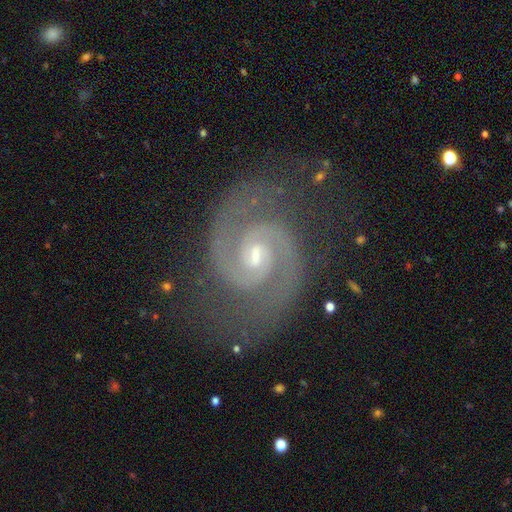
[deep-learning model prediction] Smooth or featured? featured or disk (93%)
Edge-on disk? no (98%)
Bar? weak (49%)
Spiral arms? yes (99%)
Spiral winding? tight (47%)
Spiral arm count? 2 (93%)
Bulge size? small (49%)
Merging? none (77%)